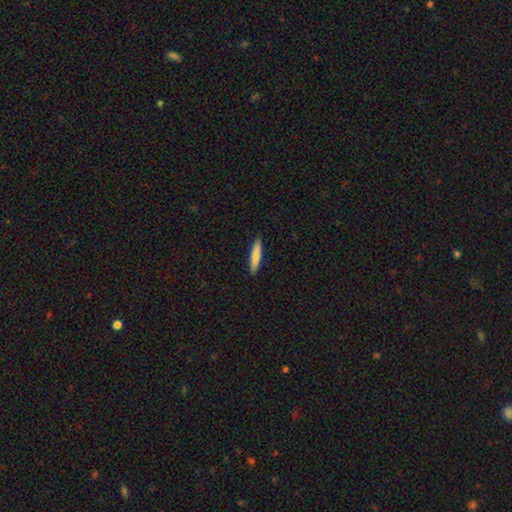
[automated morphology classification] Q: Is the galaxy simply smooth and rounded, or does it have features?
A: smooth — 81%.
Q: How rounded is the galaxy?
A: cigar-shaped — 90%.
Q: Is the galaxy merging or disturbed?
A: none — 90%.